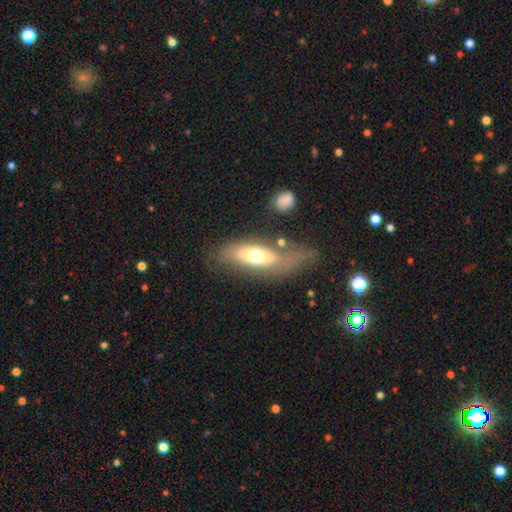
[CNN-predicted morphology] Q: Smooth or featured?
A: smooth (51%); runner-up: featured or disk (43%)
Q: How rounded?
A: in between (70%); runner-up: cigar-shaped (25%)
Q: Merging?
A: none (53%); runner-up: minor disturbance (22%)